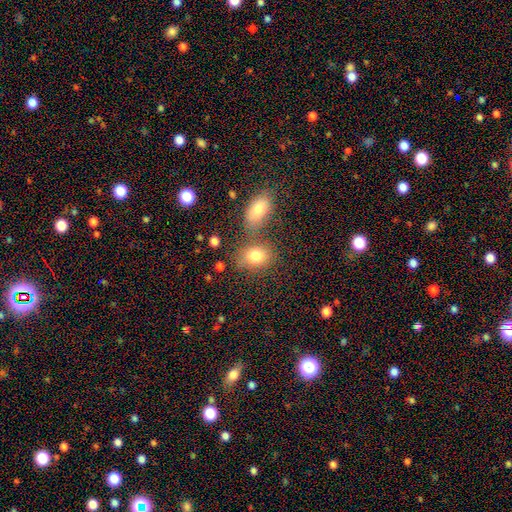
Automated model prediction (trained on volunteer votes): The model was most divided on "how rounded": in between: 60%, round: 39%, cigar-shaped: 2%. More confident: smooth or featured — smooth (80%); merging — none (57%).